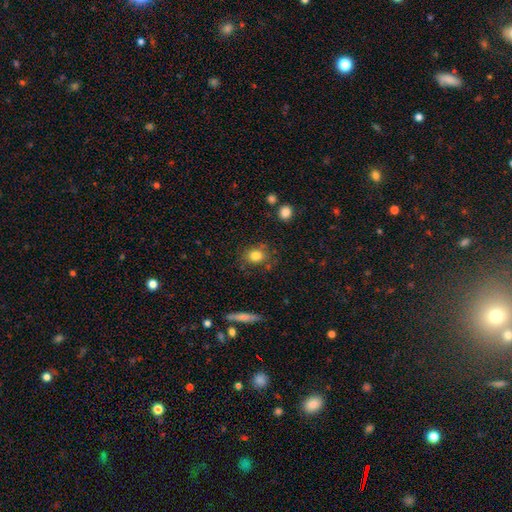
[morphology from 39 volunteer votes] A smooth galaxy with no disk features (90%) that is round (63%).

Vote fractions:
- Smooth or featured? smooth: 90% / star or artifact: 8% / featured or disk: 3%
- How rounded? round: 63% / in between: 37% / cigar-shaped: 0%
- Merging? none: 94% / minor disturbance: 6% / major disturbance: 0% / merger: 0%